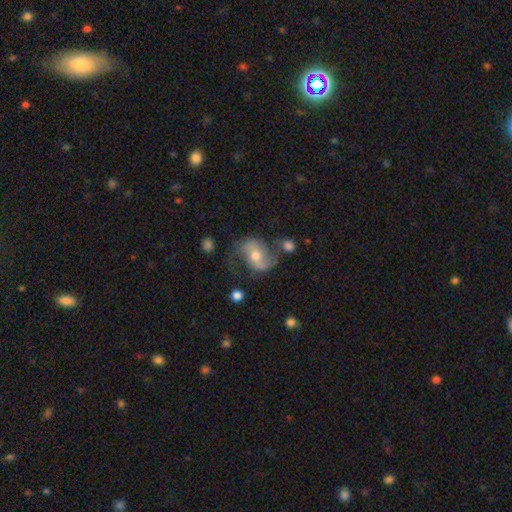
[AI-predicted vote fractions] Overall: featured or disk (76%). Edge-on disk: no (97%). Bar: no (43%; weak 36%). Spiral arms: yes (90%). Spiral arm count: 2 (90%). Spiral winding: loose (50%; medium 39%). Bulge size: moderate (65%; small 28%). Merging: none (60%; minor disturbance 20%).